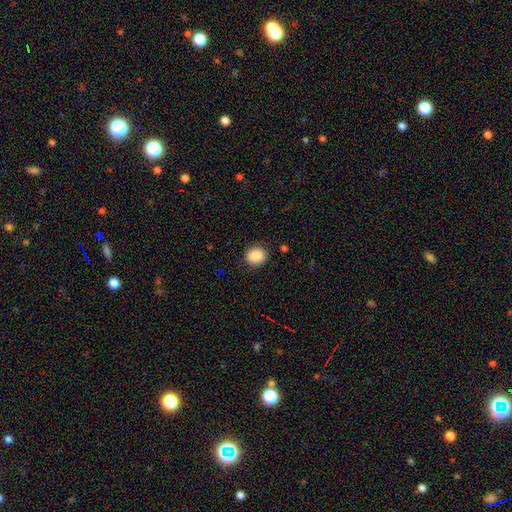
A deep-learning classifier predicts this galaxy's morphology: The model was most divided on "how rounded": round: 60%, in between: 39%, cigar-shaped: 1%. More confident: smooth or featured — smooth (89%); merging — none (87%).